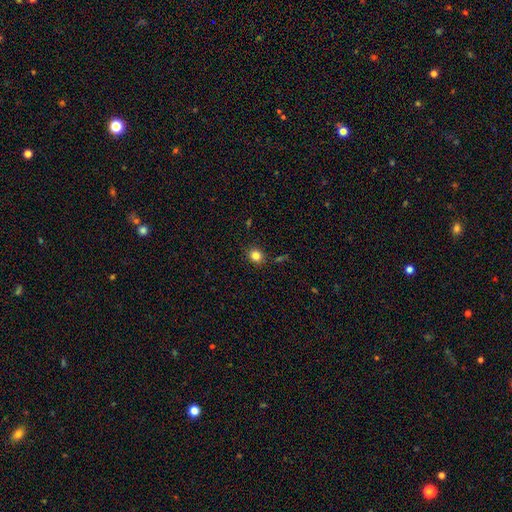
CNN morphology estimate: Smooth or featured: smooth — 82% (star or artifact — 12%)
How rounded: round — 80% (in between — 19%)
Merging: none — 87% (minor disturbance — 8%)